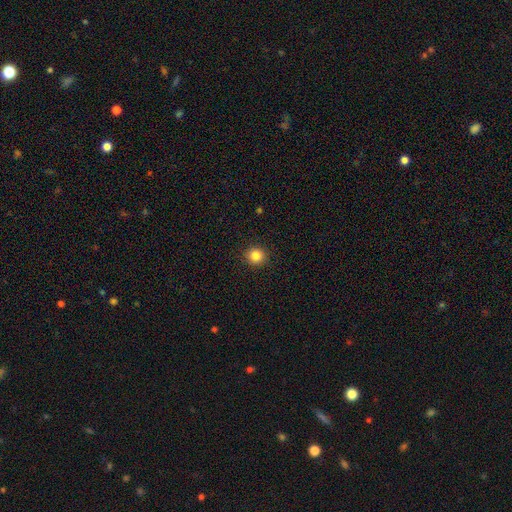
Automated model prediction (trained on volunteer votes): A smooth galaxy with no disk features (84%) that is round (92%). Merging: none (92%).